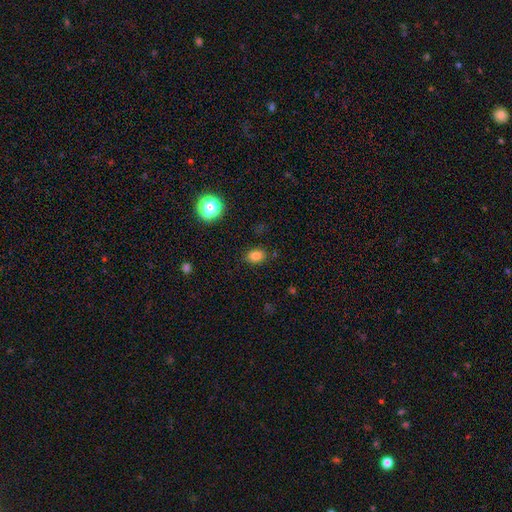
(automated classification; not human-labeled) A smooth galaxy with no disk features (80%) that is in between round and cigar-shaped (70%). Merging: none (84%).